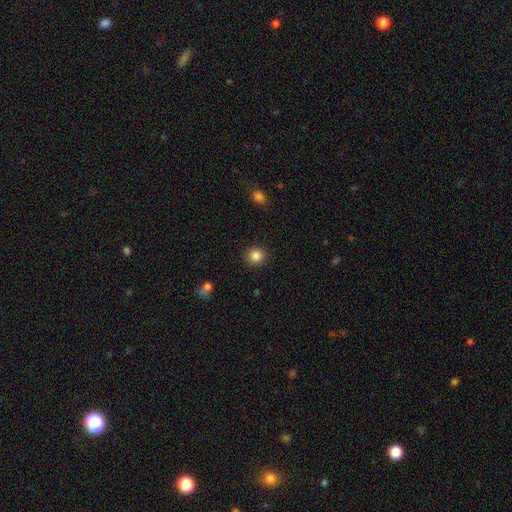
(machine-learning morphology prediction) This appears to be a smooth galaxy with no disk features (85%) that is round (90%). Merging: none (91%).